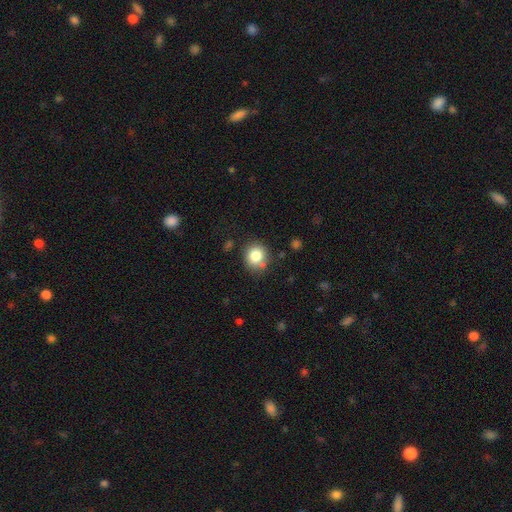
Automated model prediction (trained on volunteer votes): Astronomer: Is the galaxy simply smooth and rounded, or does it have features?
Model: smooth — 82%.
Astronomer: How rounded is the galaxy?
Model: round — 82%.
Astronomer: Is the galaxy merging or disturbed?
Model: none — 77%.